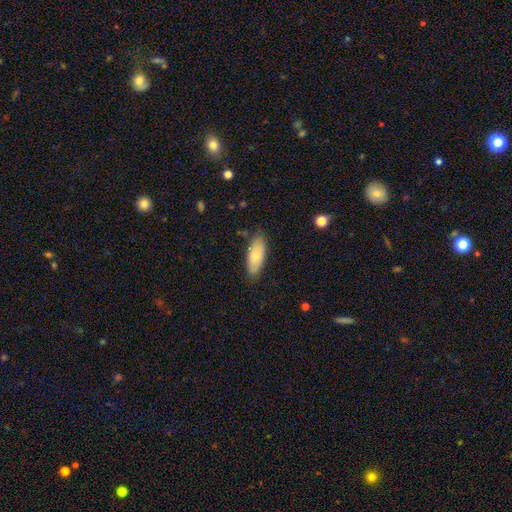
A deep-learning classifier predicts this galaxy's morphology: smooth-or-featured: smooth: 73% | featured or disk: 21% | star or artifact: 6%
  how-rounded: in between: 80% | cigar-shaped: 17% | round: 2%
  merging: none: 81% | minor disturbance: 15% | major disturbance: 3% | merger: 1%